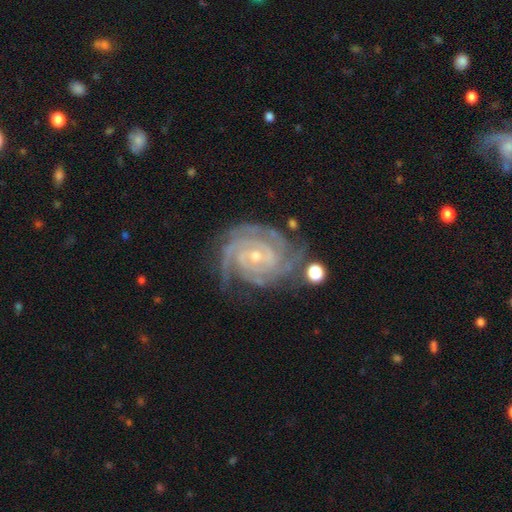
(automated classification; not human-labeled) Smooth or featured? Predicted: featured or disk (p=0.91). Edge-on disk? Predicted: no (p=0.98). Bar? Predicted: no (p=0.60). Spiral arms? Predicted: yes (p=0.99). Spiral winding? Predicted: tight (p=0.81). Spiral arm count? Predicted: 3 (p=0.30). Bulge size? Predicted: small (p=0.72). Merging? Predicted: none (p=0.69).